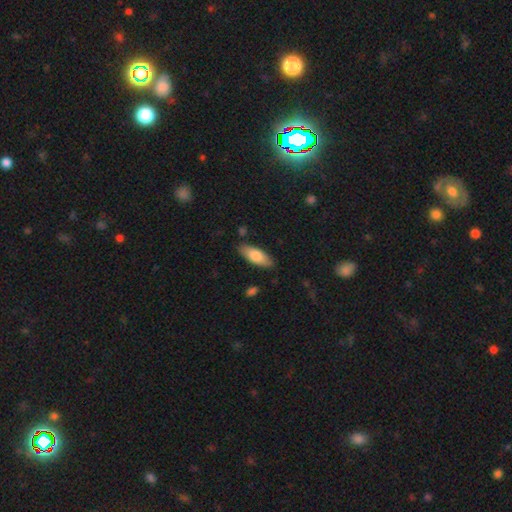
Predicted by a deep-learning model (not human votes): smooth-or-featured: smooth: 78% | featured or disk: 17% | star or artifact: 6%
  how-rounded: in between: 75% | cigar-shaped: 23% | round: 2%
  merging: none: 83% | minor disturbance: 12% | major disturbance: 2% | merger: 2%